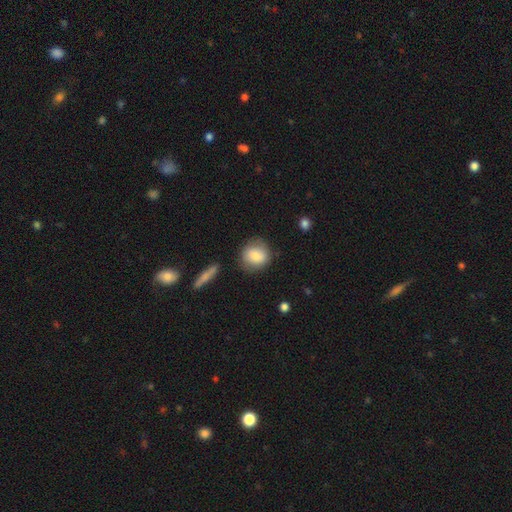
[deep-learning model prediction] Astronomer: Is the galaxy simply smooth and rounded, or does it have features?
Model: smooth — 81%.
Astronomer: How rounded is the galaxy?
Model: round — 82%.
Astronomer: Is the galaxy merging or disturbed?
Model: none — 76%.